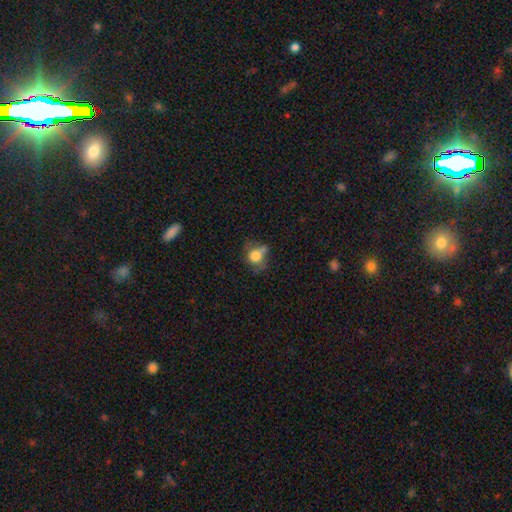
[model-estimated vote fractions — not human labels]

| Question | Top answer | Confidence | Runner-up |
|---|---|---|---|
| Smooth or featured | smooth | 73% | featured or disk (16%) |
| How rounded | round | 65% | in between (34%) |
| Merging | none | 42% | minor disturbance (26%) |